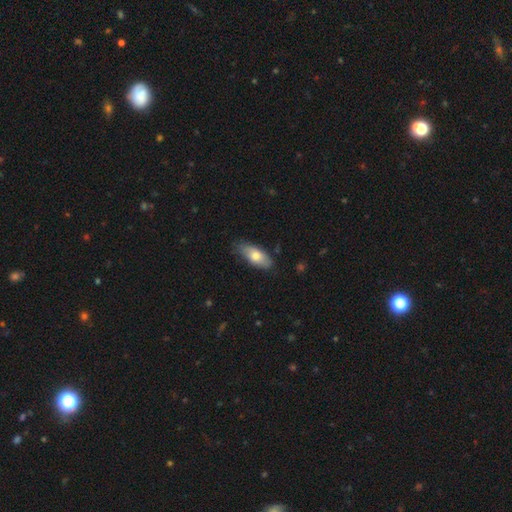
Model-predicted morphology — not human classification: Overall: smooth (73%). How rounded: in between (83%). Merging: none (75%).